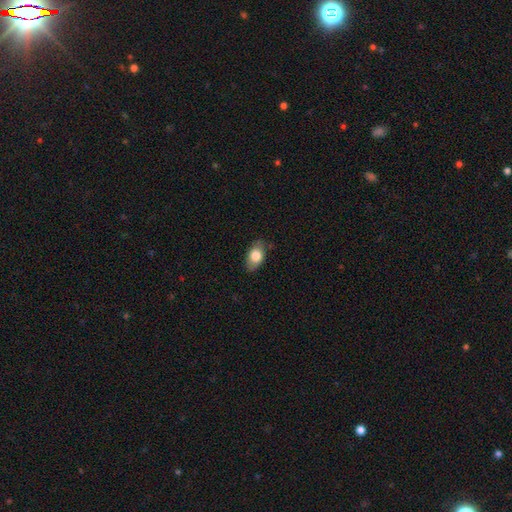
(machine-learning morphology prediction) This appears to be a smooth galaxy with no disk features (79%) that is in between round and cigar-shaped (89%). Merging: none (79%).